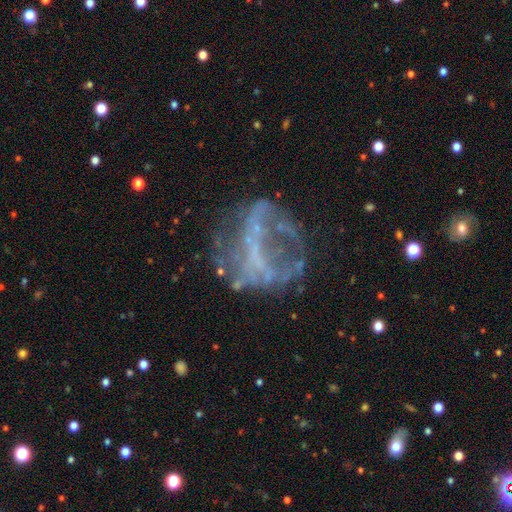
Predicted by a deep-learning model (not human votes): Smooth or featured? Predicted: featured or disk (p=0.63). Edge-on disk? Predicted: no (p=0.96). Bar? Predicted: no (p=0.62). Spiral arms? Predicted: no (p=0.71). Bulge size? Predicted: none (p=0.77). Merging? Predicted: none (p=0.44).